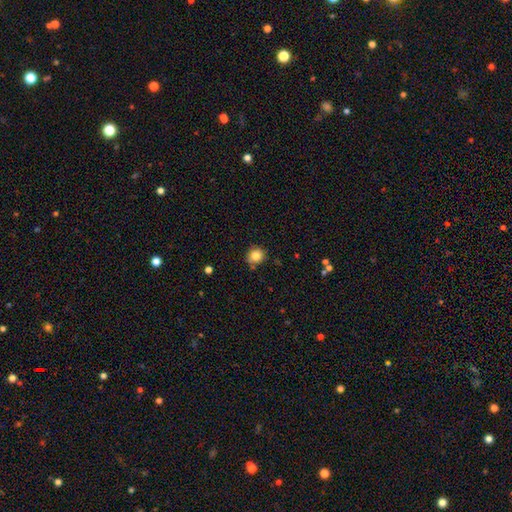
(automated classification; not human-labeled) Morphology: type=smooth (82%); roundness=round (88%); merging=none (80%).